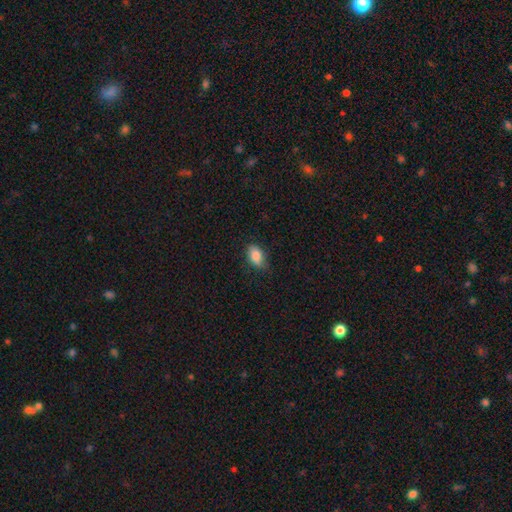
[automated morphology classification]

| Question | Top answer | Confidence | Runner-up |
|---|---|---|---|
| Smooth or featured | smooth | 86% | star or artifact (8%) |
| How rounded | in between | 88% | round (9%) |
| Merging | none | 77% | minor disturbance (18%) |